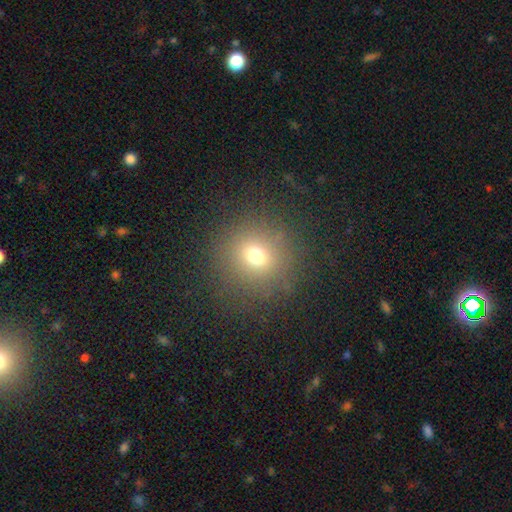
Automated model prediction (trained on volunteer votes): smooth_or_featured: smooth (p=0.69) [alt: star or artifact p=0.20]
how_rounded: round (p=0.87) [alt: in between p=0.12]
merging: none (p=0.86) [alt: minor disturbance p=0.08]